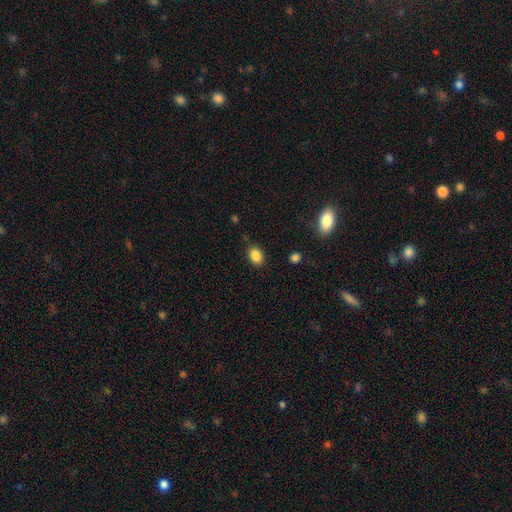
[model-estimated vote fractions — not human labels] smooth_or_featured: smooth (p=0.86) [alt: star or artifact p=0.09]
how_rounded: in between (p=0.72) [alt: round p=0.27]
merging: none (p=0.83) [alt: minor disturbance p=0.12]